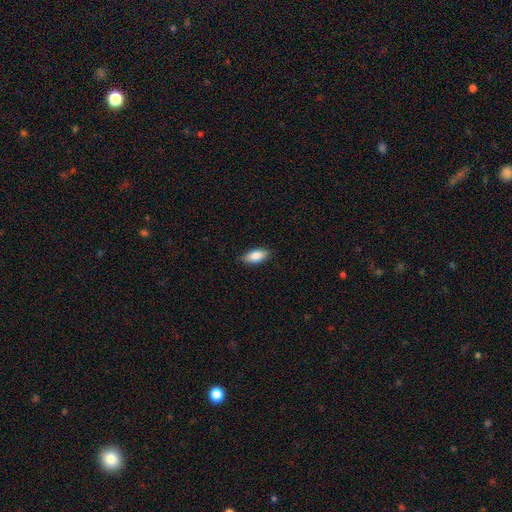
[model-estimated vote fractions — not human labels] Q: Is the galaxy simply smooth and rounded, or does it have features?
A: smooth — 86%.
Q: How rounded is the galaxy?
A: in between — 88%.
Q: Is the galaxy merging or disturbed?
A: none — 86%.